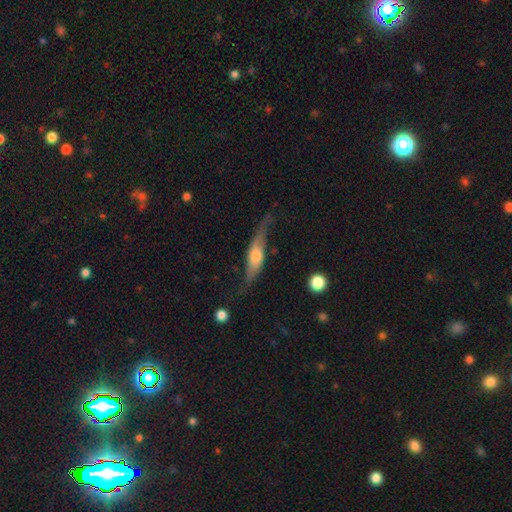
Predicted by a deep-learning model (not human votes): This is likely a featured or disk galaxy (62%). It is likely viewed edge-on (66%). Merging: possibly none (53%).